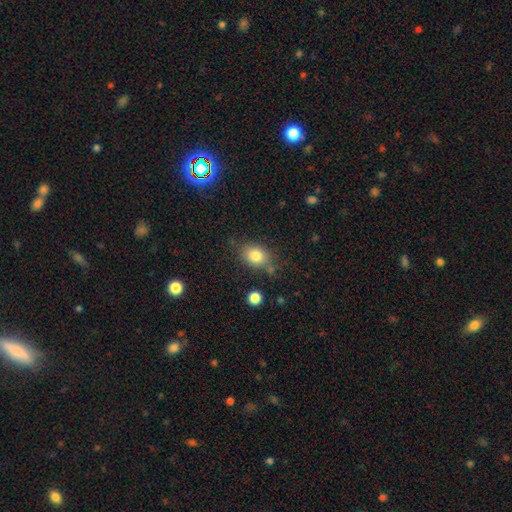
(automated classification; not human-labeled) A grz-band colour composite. It shows a smooth galaxy with no disk features (81%) that is in between round and cigar-shaped (58%). Merging: none (73%).